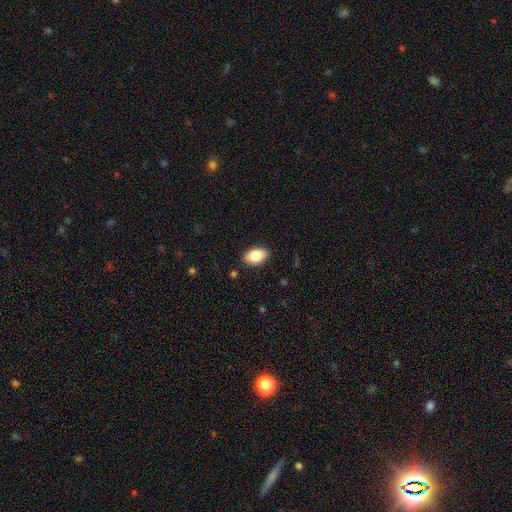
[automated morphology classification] smooth_or_featured: smooth (p=0.86) [alt: featured or disk p=0.08]
how_rounded: in between (p=0.91) [alt: round p=0.08]
merging: none (p=0.88) [alt: minor disturbance p=0.09]